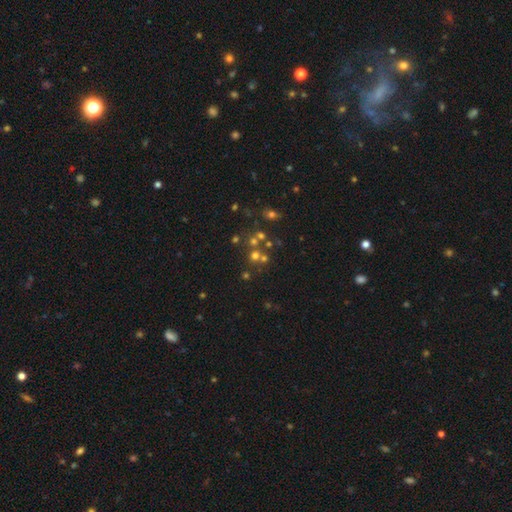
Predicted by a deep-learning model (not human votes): The model was most divided on "smooth or featured": smooth: 50%, star or artifact: 32%, featured or disk: 18%. More confident: how rounded — round (87%); merging — none (58%).